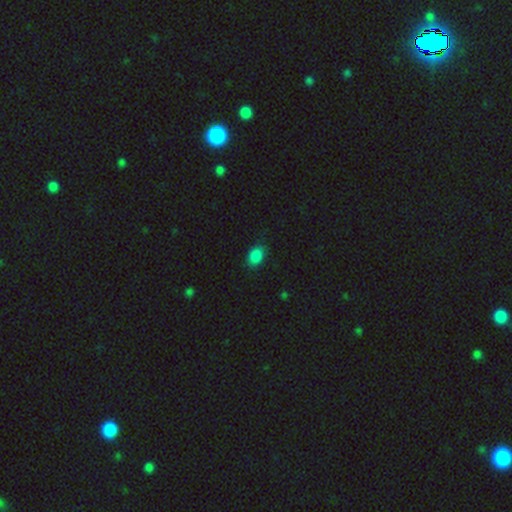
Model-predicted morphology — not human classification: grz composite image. It shows a smooth galaxy with no disk features (86%) that is in between round and cigar-shaped (77%). Merging: none (82%).